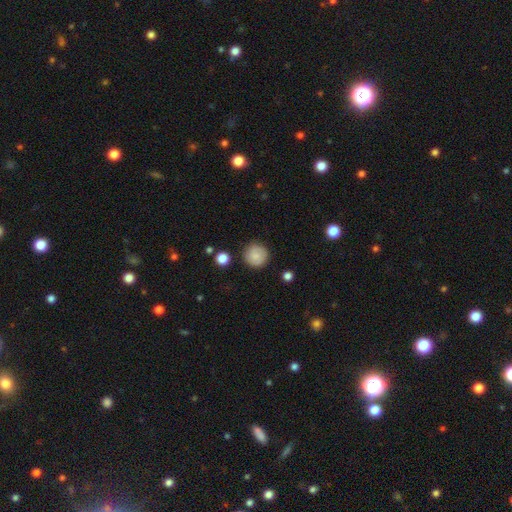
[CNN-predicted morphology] The model was most divided on "smooth or featured": smooth: 80%, featured or disk: 12%, star or artifact: 8%. More confident: how rounded — round (95%); merging — none (88%).